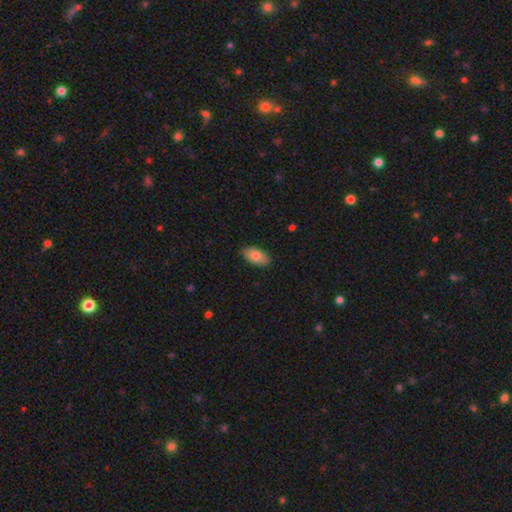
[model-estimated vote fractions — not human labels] Overall: smooth (81%). How rounded: in between (94%). Merging: none (86%).